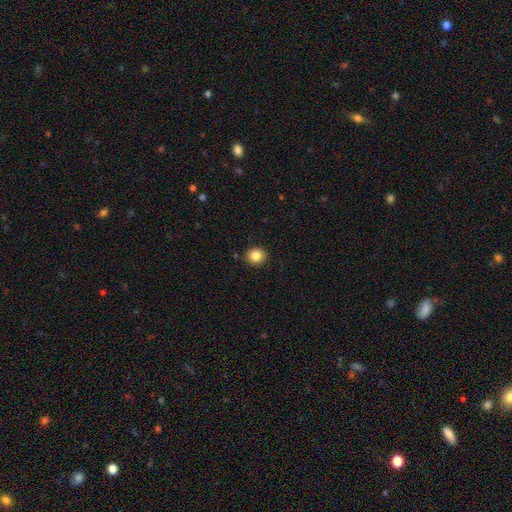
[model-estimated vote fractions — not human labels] smooth_or_featured: smooth (p=0.85) [alt: star or artifact p=0.10]
how_rounded: round (p=0.82) [alt: in between p=0.17]
merging: none (p=0.90) [alt: minor disturbance p=0.07]